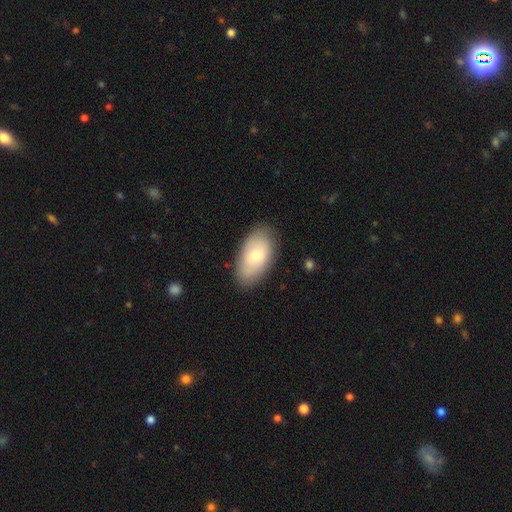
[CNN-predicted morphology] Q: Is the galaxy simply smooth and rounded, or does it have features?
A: smooth — 70%.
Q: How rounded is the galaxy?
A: in between — 93%.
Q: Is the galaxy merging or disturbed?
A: none — 82%.